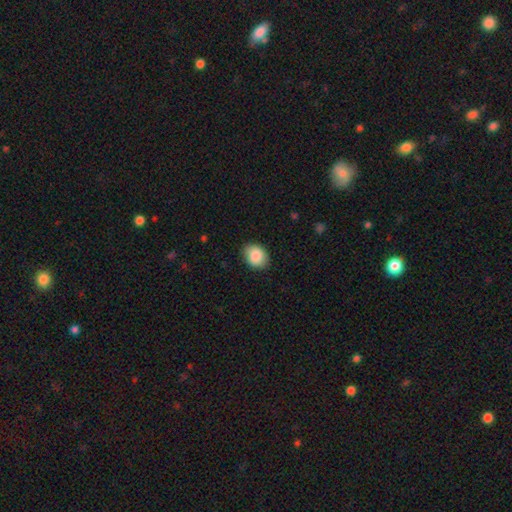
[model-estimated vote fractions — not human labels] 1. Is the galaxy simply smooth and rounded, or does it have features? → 87% smooth, 7% star or artifact, 5% featured or disk.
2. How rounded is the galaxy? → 60% in between, 39% round, 1% cigar-shaped.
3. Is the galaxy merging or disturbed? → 85% none, 11% minor disturbance, 2% major disturbance, 1% merger.